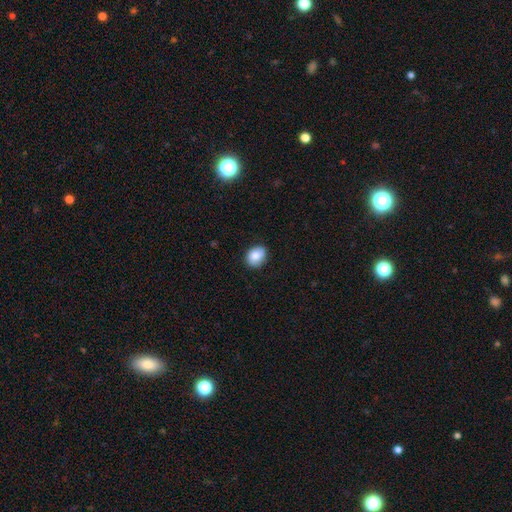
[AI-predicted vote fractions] Overall: smooth (80%). How rounded: in between (55%; round 44%). Merging: none (83%).